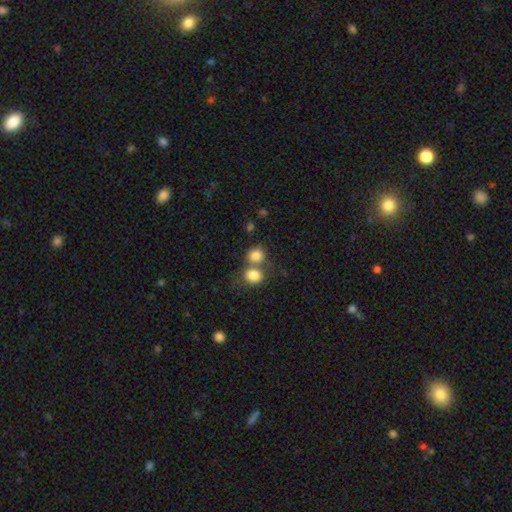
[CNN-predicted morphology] Overall: smooth (82%). How rounded: round (75%). Merging: merger (46%; none 43%).